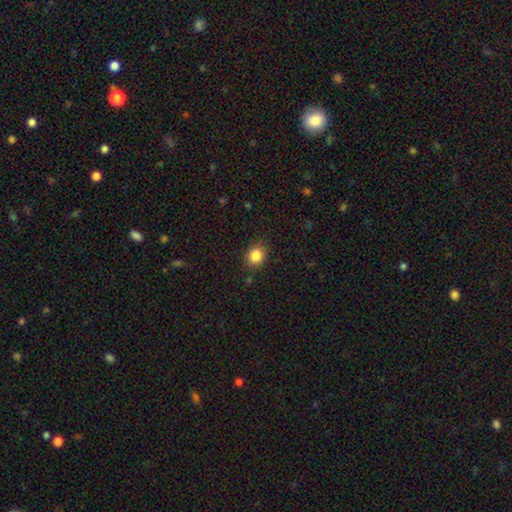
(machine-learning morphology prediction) Overall: smooth (85%). How rounded: round (65%; in between 34%). Merging: none (83%).